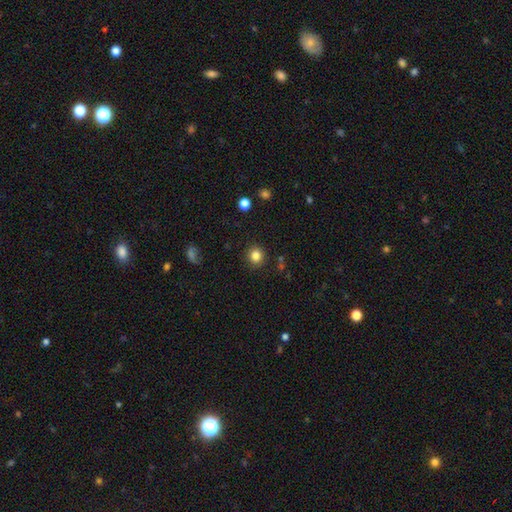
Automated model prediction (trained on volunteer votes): A smooth galaxy with no disk features (83%) that is round (89%). Merging: none (89%).